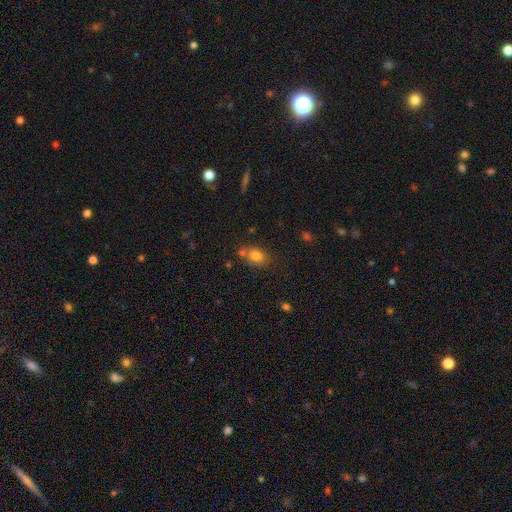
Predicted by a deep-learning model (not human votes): Morphology: type=smooth (78%); roundness=in between (56%); merging=none (65%).